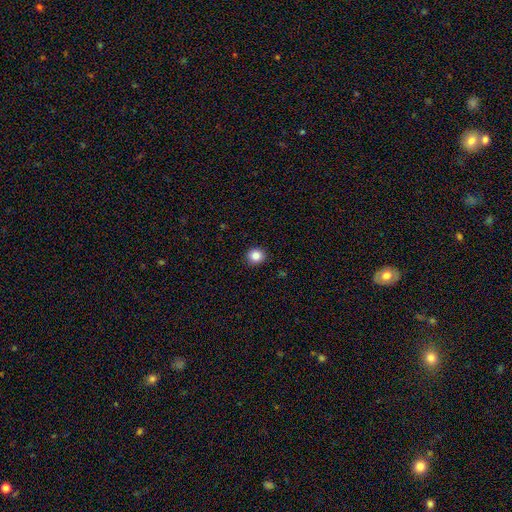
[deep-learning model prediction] This appears to be a smooth galaxy with no disk features (85%) that is round (87%). Merging: none (92%).